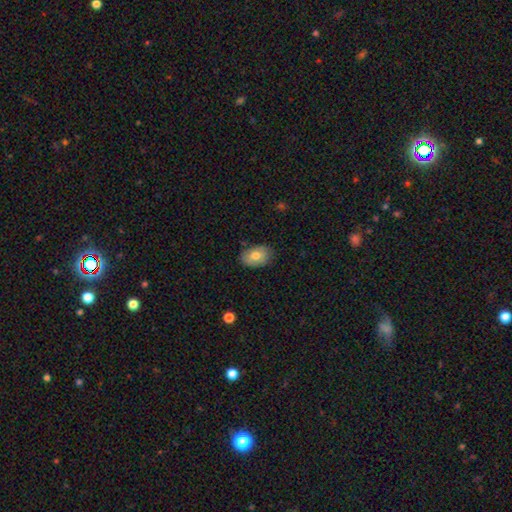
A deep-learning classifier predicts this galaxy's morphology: type=smooth (77%); roundness=in between (86%); merging=none (82%).